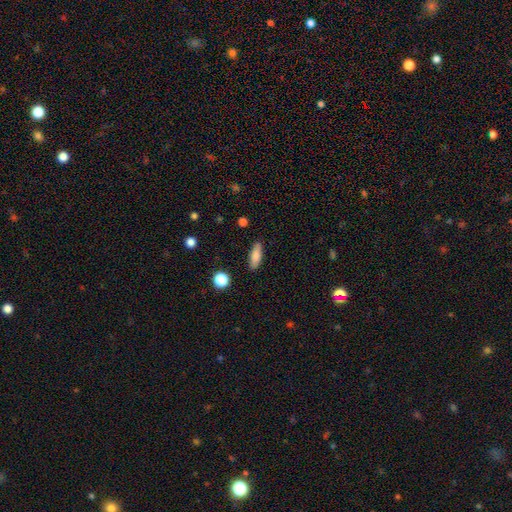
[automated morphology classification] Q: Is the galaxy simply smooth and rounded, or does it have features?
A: smooth — 81%.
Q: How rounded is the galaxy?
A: in between — 60%.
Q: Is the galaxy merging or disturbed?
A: none — 87%.